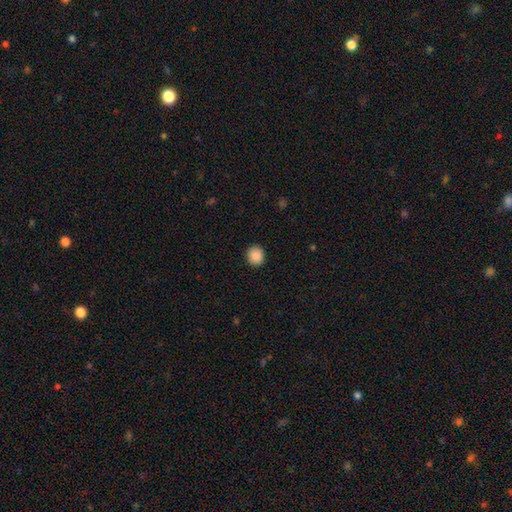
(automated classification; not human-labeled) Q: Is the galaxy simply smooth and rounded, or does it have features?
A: smooth — 89%.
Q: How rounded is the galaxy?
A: round — 81%.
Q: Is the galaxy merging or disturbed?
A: none — 91%.